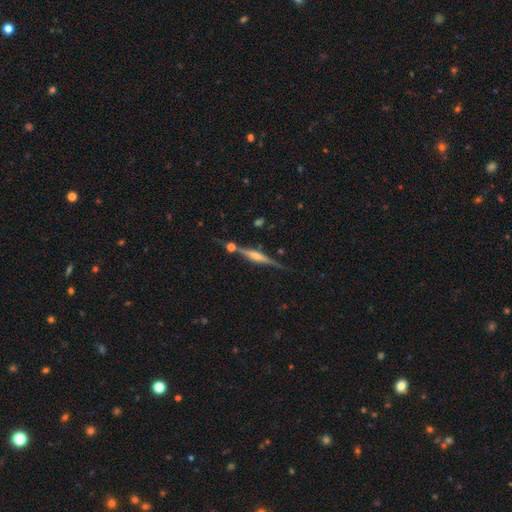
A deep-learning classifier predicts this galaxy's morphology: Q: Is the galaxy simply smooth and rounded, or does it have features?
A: featured or disk — 82%.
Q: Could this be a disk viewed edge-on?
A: yes — 98%.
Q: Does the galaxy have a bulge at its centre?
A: rounded — 78%.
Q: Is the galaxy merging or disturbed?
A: none — 81%.